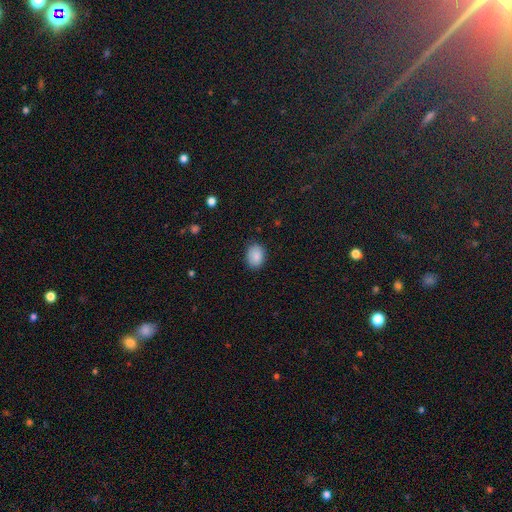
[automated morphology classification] smooth-or-featured: smooth: 87% | star or artifact: 8% | featured or disk: 5%
  how-rounded: in between: 69% | round: 30% | cigar-shaped: 1%
  merging: none: 84% | minor disturbance: 12% | major disturbance: 3% | merger: 1%